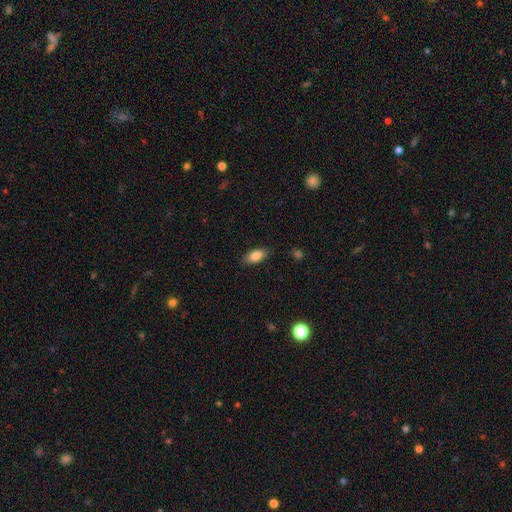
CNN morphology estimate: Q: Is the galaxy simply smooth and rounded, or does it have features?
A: smooth — 85%.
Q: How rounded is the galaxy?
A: in between — 89%.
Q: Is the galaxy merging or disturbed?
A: none — 84%.